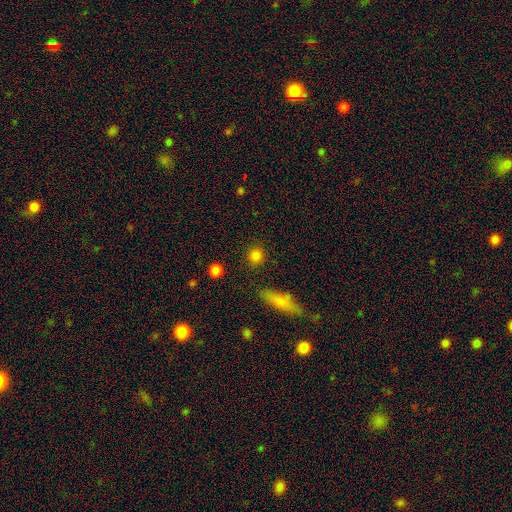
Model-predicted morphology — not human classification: type=smooth (84%); roundness=round (86%); merging=none (88%).